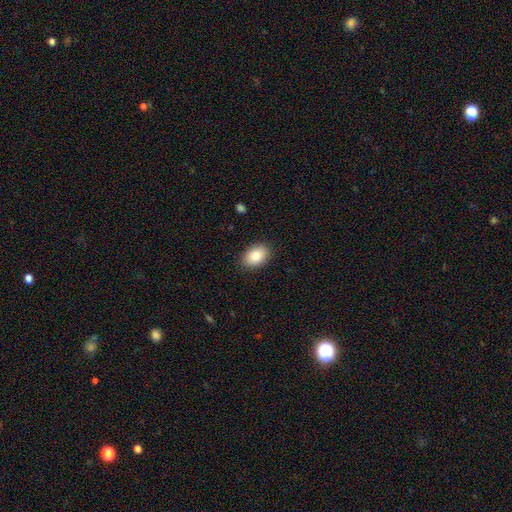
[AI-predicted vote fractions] smooth-or-featured: smooth: 86% | featured or disk: 7% | star or artifact: 7%
  how-rounded: in between: 82% | round: 17% | cigar-shaped: 1%
  merging: none: 88% | minor disturbance: 9% | major disturbance: 2% | merger: 1%